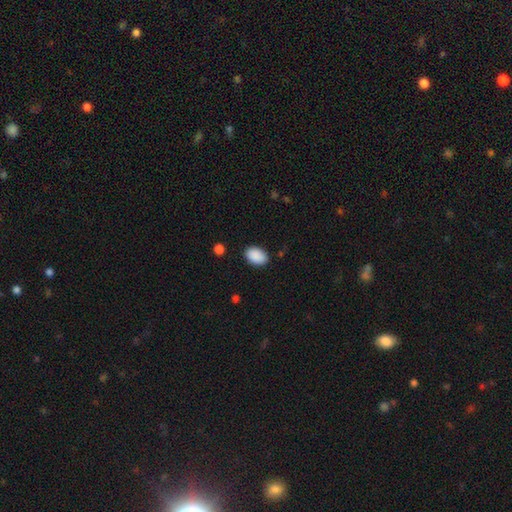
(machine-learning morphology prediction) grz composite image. It shows a smooth galaxy with no disk features (90%) that is in between round and cigar-shaped (89%). Merging: none (87%).